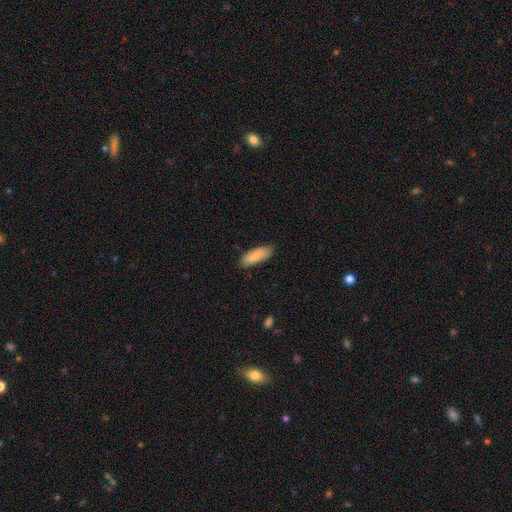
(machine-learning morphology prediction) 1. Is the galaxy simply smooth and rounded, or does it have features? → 87% smooth, 7% featured or disk, 6% star or artifact.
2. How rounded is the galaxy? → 62% in between, 37% cigar-shaped, 1% round.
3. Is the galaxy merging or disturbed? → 82% none, 14% minor disturbance, 2% major disturbance, 1% merger.